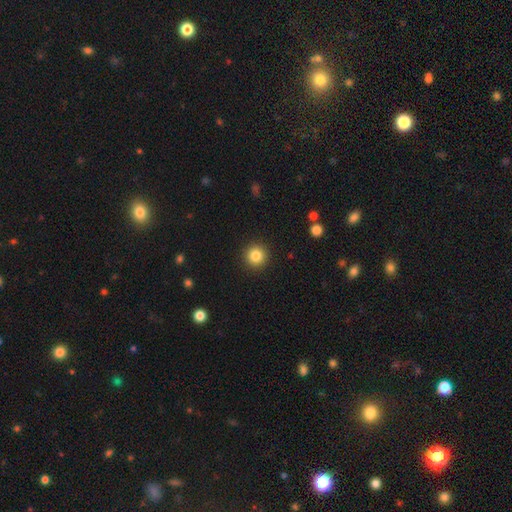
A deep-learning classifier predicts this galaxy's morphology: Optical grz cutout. It shows a smooth galaxy with no disk features (85%) that is round (95%). Merging: none (92%).